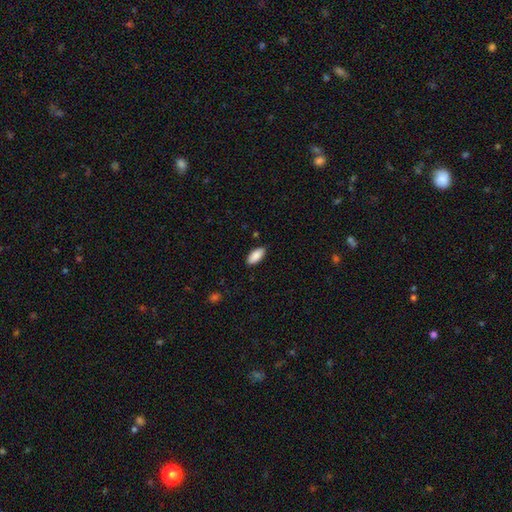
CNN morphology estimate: smooth 89%, star or artifact 6%, featured or disk 5%. Down the decision tree: how rounded — in between (90%); merging — none (87%).